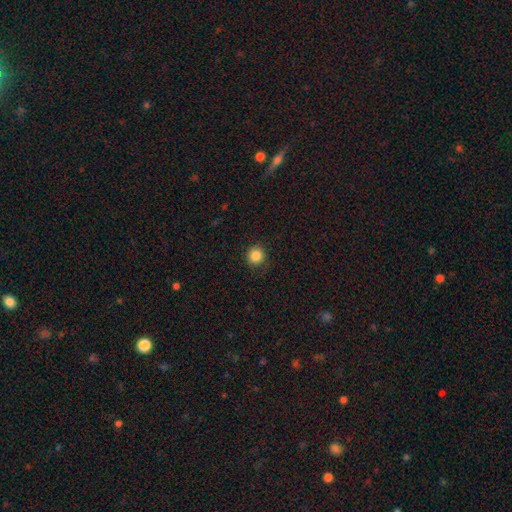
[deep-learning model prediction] The model was most divided on "smooth or featured": smooth: 85%, star or artifact: 11%, featured or disk: 4%. More confident: how rounded — round (91%); merging — none (88%).